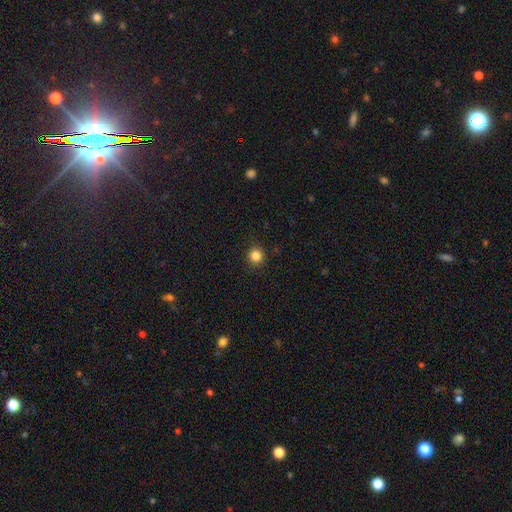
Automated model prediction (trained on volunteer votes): The model was most divided on "smooth or featured": smooth: 84%, star or artifact: 12%, featured or disk: 4%. More confident: how rounded — round (93%); merging — none (91%).